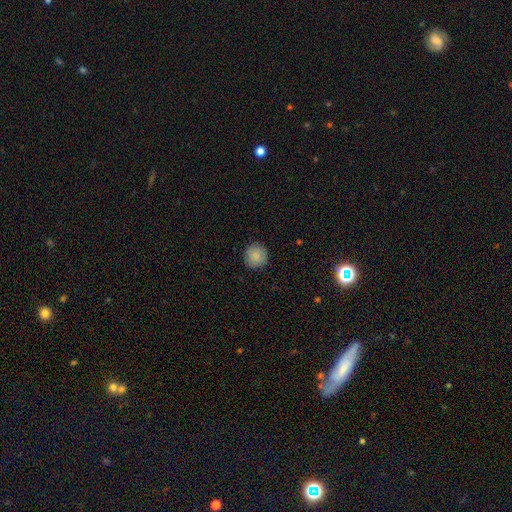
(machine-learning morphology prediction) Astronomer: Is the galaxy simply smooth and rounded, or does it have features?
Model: smooth — 88%.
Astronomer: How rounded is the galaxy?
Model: round — 94%.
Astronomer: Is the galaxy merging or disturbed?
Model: none — 90%.